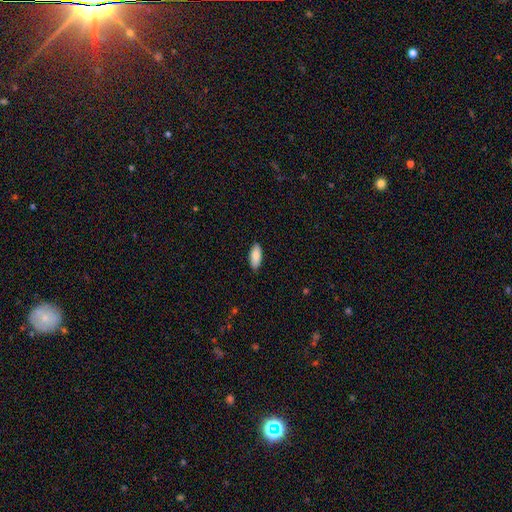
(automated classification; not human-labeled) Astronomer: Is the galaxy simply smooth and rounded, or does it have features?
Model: smooth — 88%.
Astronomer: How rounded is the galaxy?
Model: in between — 81%.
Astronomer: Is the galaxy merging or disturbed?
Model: none — 87%.